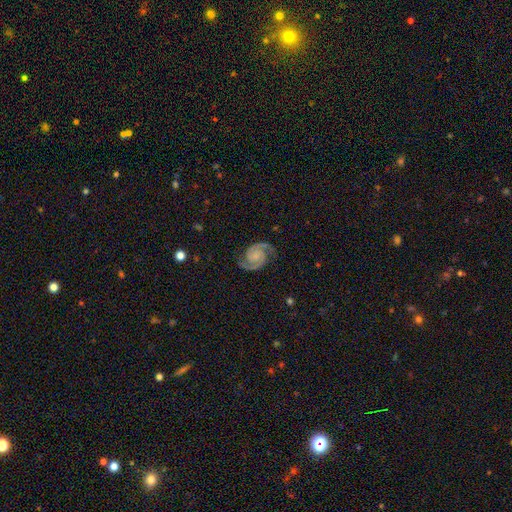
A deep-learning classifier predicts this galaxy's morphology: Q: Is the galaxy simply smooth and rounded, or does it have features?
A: featured or disk — 92%.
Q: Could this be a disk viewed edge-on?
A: no — 98%.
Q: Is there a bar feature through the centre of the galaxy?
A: no — 66%.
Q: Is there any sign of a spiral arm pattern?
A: yes — 99%.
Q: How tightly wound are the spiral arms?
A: medium — 55%.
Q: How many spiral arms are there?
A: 2 — 95%.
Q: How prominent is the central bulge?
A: small — 38%.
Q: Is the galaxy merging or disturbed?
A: none — 83%.